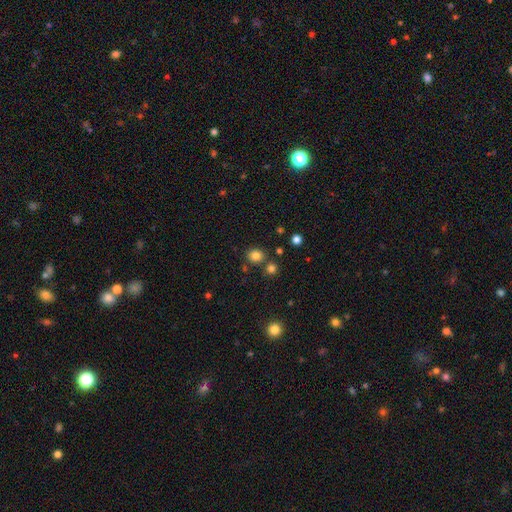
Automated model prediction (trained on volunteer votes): smooth 81%, star or artifact 14%, featured or disk 5%. Down the decision tree: how rounded — round (77%); merging — none (76%).